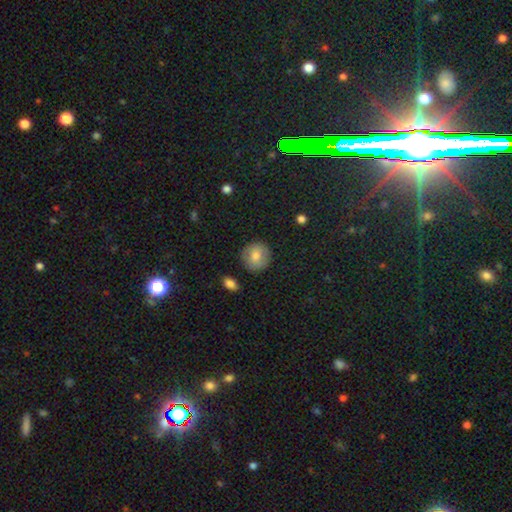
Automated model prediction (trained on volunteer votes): The model was most divided on "smooth or featured": smooth: 76%, featured or disk: 16%, star or artifact: 8%. More confident: how rounded — round (93%); merging — none (88%).